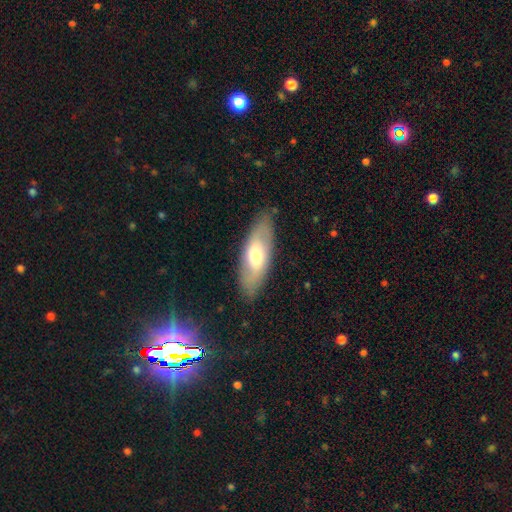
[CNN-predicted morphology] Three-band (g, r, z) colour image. It shows a smooth galaxy with no disk features (56%) that is in between round and cigar-shaped (71%). Merging: none (85%).